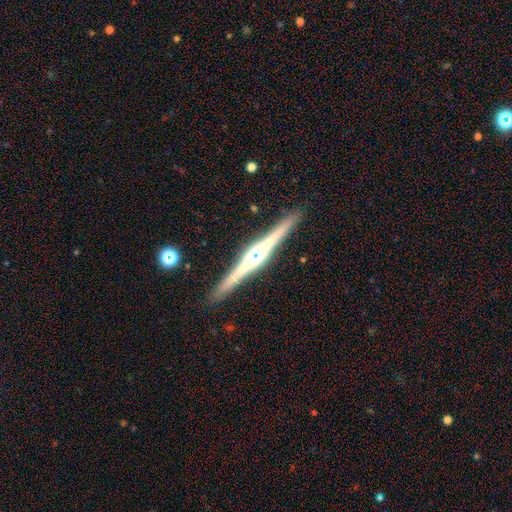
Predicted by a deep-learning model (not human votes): Smooth or featured?
  - featured or disk: 83% *
  - smooth: 12%
  - star or artifact: 6%
Edge-on disk?
  - yes: 98% *
  - no: 2%
Edge-on bulge?
  - rounded: 76% *
  - boxy: 16%
  - none: 8%
Merging?
  - none: 90% *
  - minor disturbance: 7%
  - merger: 2%
  - major disturbance: 1%